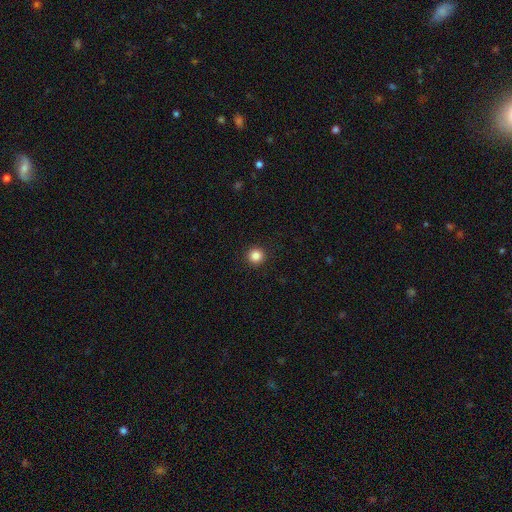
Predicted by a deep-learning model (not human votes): This is clearly a smooth galaxy (85%). How rounded: clearly round (95%). Merging: clearly none (93%).